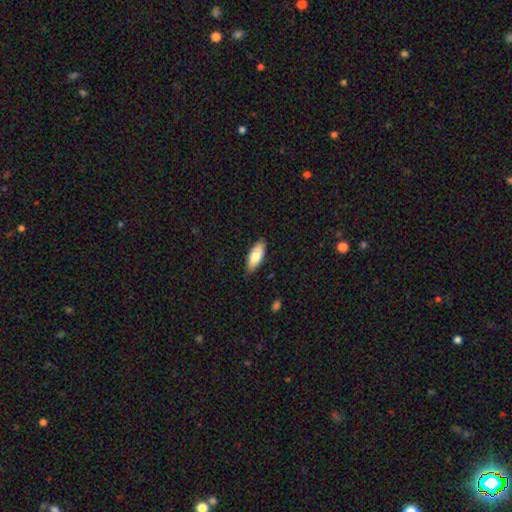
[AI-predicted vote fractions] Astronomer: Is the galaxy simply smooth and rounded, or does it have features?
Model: smooth — 80%.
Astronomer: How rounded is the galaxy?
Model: in between — 74%.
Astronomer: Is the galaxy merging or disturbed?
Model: none — 85%.